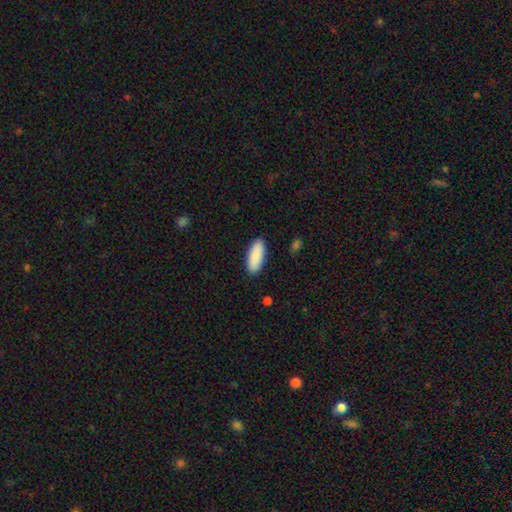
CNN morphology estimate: Q: Smooth or featured?
A: smooth (90%); runner-up: star or artifact (5%)
Q: How rounded?
A: in between (79%); runner-up: cigar-shaped (19%)
Q: Merging?
A: none (90%); runner-up: minor disturbance (8%)